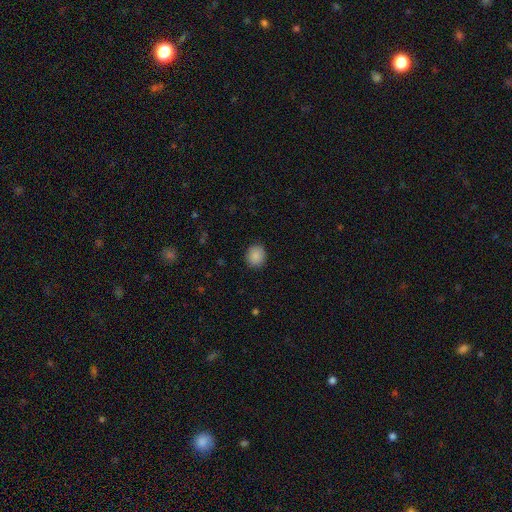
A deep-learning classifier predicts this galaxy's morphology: type=smooth (88%); roundness=round (82%); merging=none (89%).